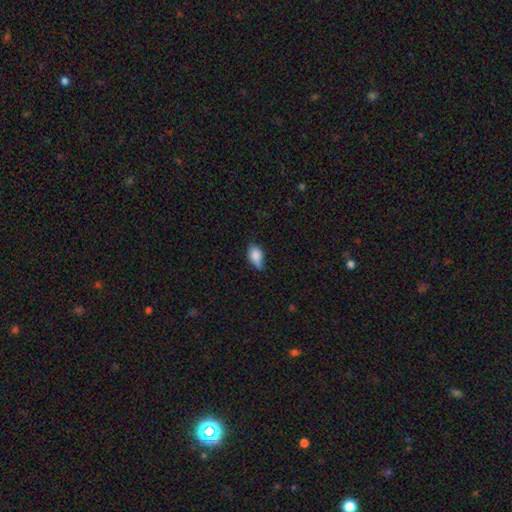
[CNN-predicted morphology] Smooth or featured: smooth — 84% (featured or disk — 9%)
How rounded: in between — 90% (round — 5%)
Merging: none — 59% (minor disturbance — 34%)